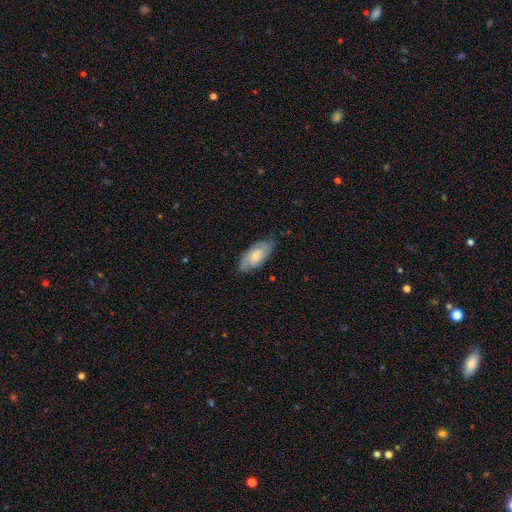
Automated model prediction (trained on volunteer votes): Smooth or featured? Predicted: featured or disk (p=0.48). Merging? Predicted: none (p=0.75).